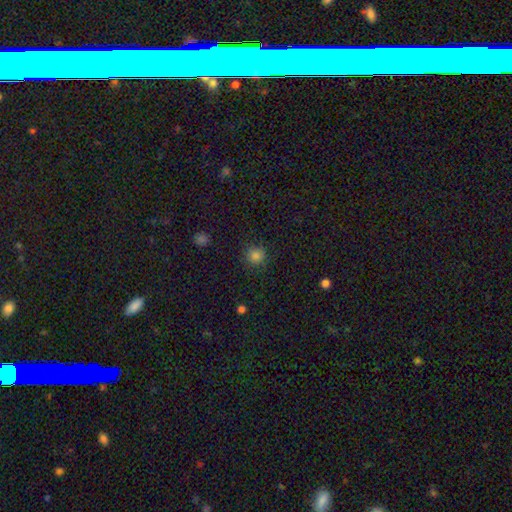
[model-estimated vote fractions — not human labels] Smooth or featured: smooth — 82% (star or artifact — 14%)
How rounded: round — 93% (in between — 6%)
Merging: none — 87% (minor disturbance — 9%)